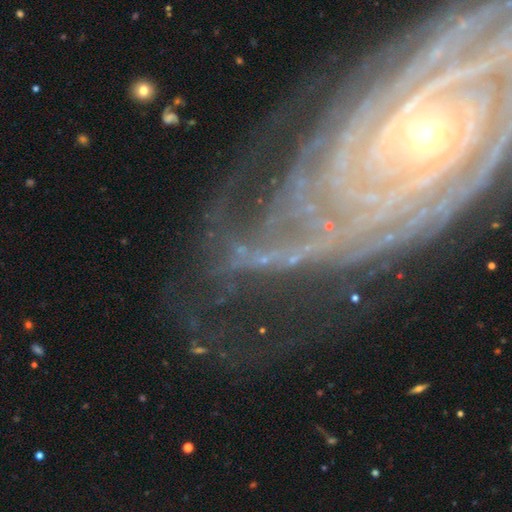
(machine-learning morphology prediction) smooth-or-featured: featured or disk: 72% | star or artifact: 18% | smooth: 10%
  disk-edge-on: no: 94% | yes: 6%
    bar: no: 52% | weak: 25% | strong: 22%
    has-spiral-arms: yes: 91% | no: 9%
      spiral-winding: tight: 67% | medium: 23% | loose: 10%
      spiral-arm-count: can't tell: 27% | 2: 21% | 3: 16% | 4: 12% | more than 4: 12% | 1: 12%
    bulge-size: small: 65% | moderate: 19% | none: 9% | large: 4% | dominant: 3%
  merging: none: 64% | major disturbance: 16% | minor disturbance: 16% | merger: 4%